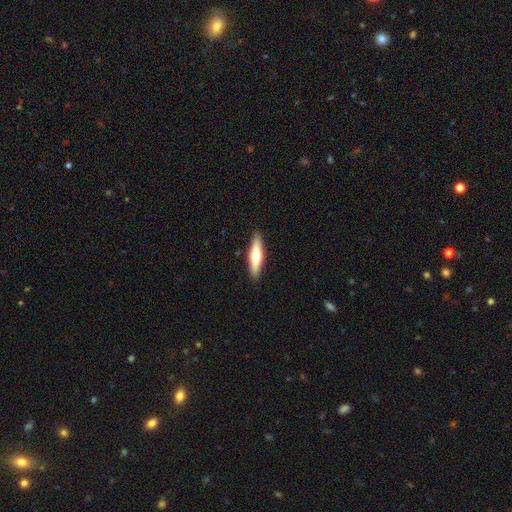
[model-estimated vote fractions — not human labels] The model was most divided on "smooth or featured": smooth: 54%, featured or disk: 41%, star or artifact: 5%. More confident: merging — none (90%); how rounded — cigar-shaped (72%).